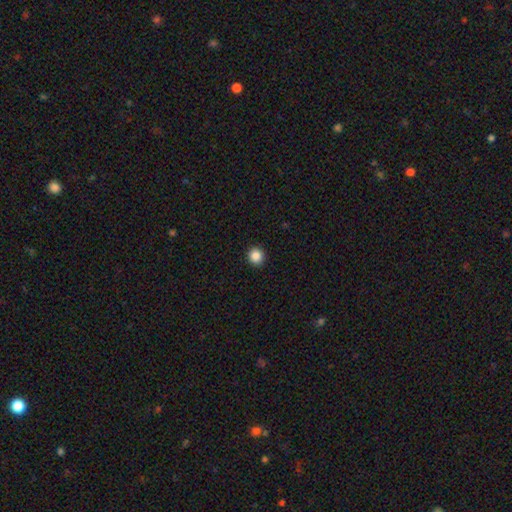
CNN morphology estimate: A smooth galaxy with no disk features (86%) that is round (92%).

Vote fractions:
- Smooth or featured? smooth: 86% / star or artifact: 10% / featured or disk: 4%
- How rounded? round: 92% / in between: 7% / cigar-shaped: 1%
- Merging? none: 93% / minor disturbance: 4% / major disturbance: 1% / merger: 1%